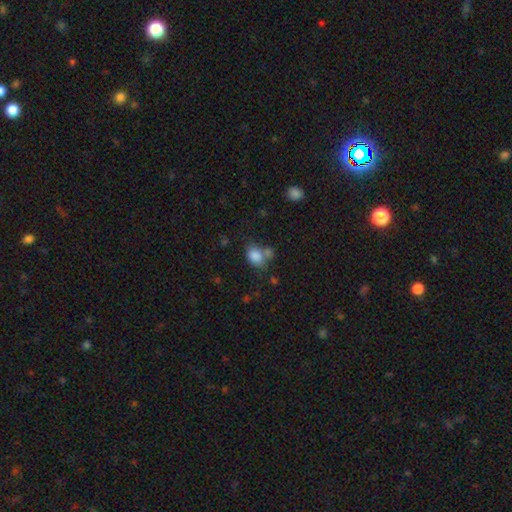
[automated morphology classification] Overall: smooth (84%). How rounded: in between (69%; round 30%). Merging: none (47%; merger 28%).